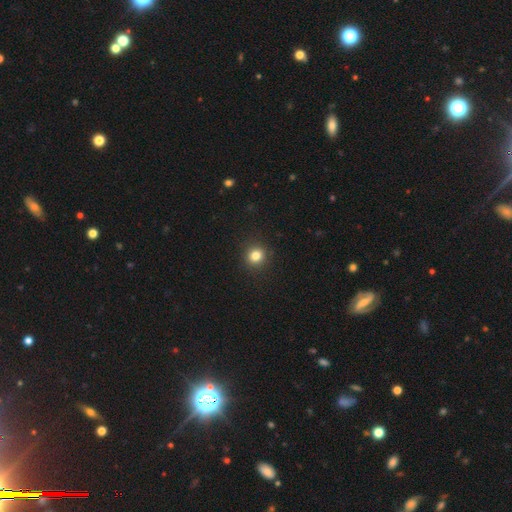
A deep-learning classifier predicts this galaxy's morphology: Q: Smooth or featured?
A: smooth (83%); runner-up: star or artifact (12%)
Q: How rounded?
A: round (86%); runner-up: in between (13%)
Q: Merging?
A: none (91%); runner-up: minor disturbance (6%)